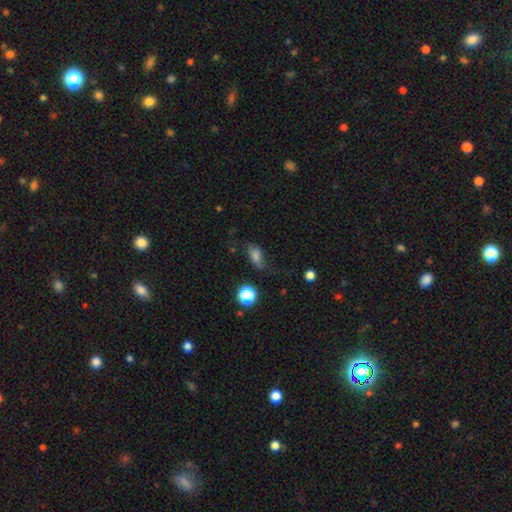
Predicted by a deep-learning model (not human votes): Smooth or featured? smooth (71%)
How rounded? in between (80%)
Merging? none (47%)